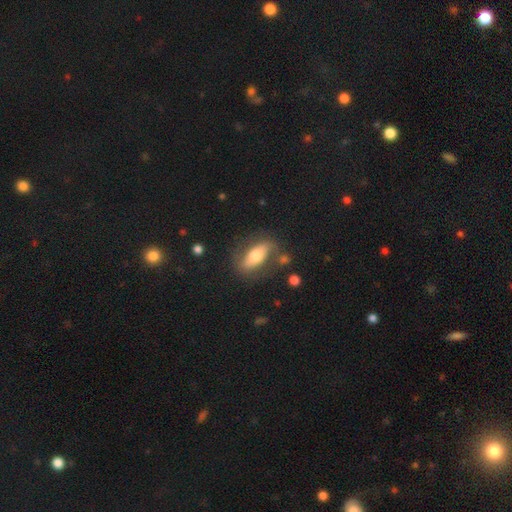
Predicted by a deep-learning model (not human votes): Smooth or featured? Predicted: smooth (p=0.52). How rounded? Predicted: in between (p=0.80). Merging? Predicted: none (p=0.70).